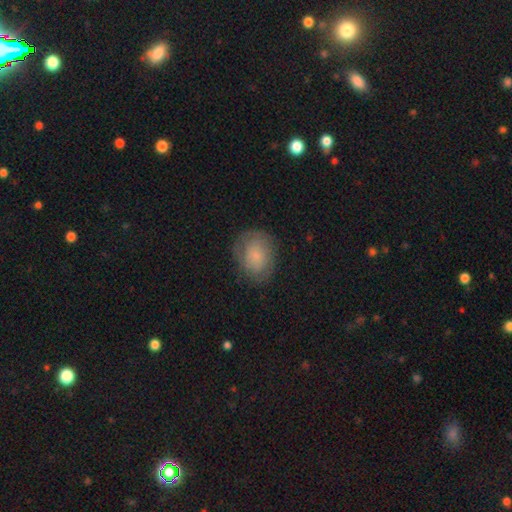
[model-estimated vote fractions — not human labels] Smooth or featured? Predicted: smooth (p=0.67). How rounded? Predicted: round (p=0.53). Merging? Predicted: none (p=0.74).